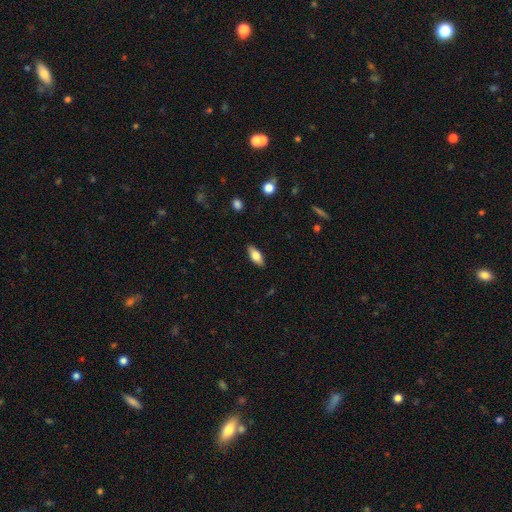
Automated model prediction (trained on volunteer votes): smooth_or_featured: smooth (p=0.76) [alt: featured or disk p=0.17]
how_rounded: in between (p=0.85) [alt: cigar-shaped p=0.13]
merging: none (p=0.87) [alt: minor disturbance p=0.10]